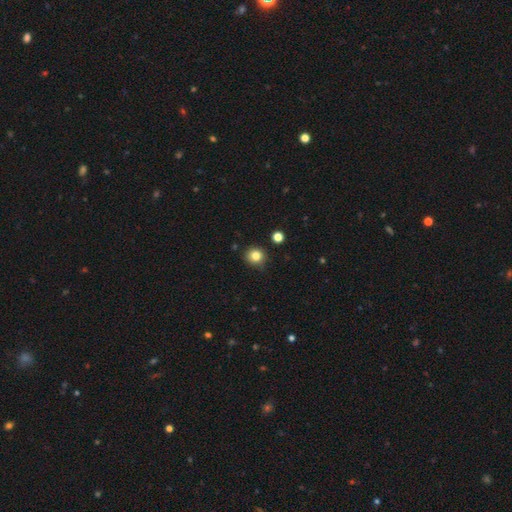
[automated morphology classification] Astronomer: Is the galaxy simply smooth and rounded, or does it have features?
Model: smooth — 82%.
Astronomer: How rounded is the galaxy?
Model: round — 90%.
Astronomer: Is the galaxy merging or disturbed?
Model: none — 86%.